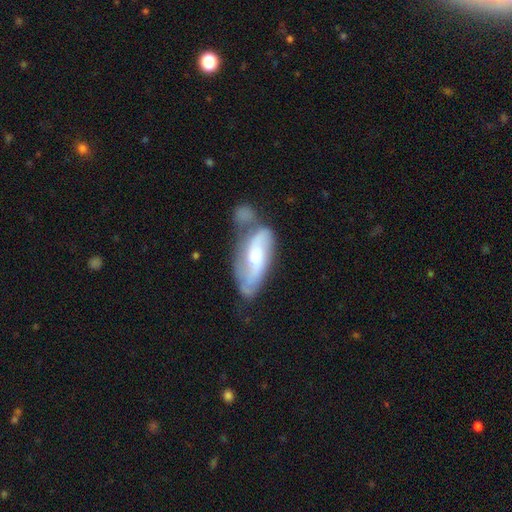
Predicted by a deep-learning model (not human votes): Morphology: type=featured or disk (67%); edge-on=no (88%); bar=no (48%); spiral arms=yes (88%); winding=loose (43%); arm count=2 (78%); bulge=moderate (53%); merging=merger (35%).